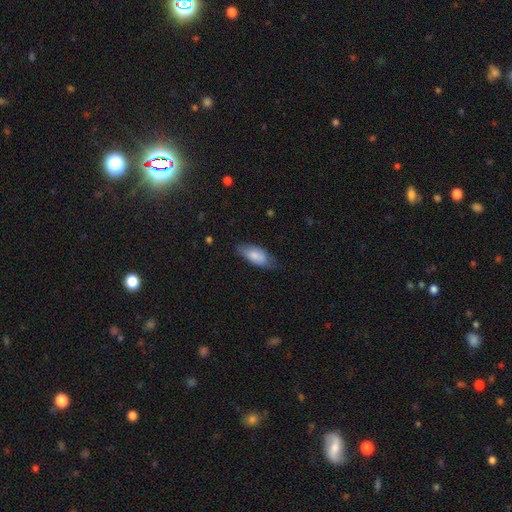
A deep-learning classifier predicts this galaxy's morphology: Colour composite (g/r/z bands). It shows a smooth galaxy with no disk features (82%) that is in between round and cigar-shaped (86%). Merging: none (64%).